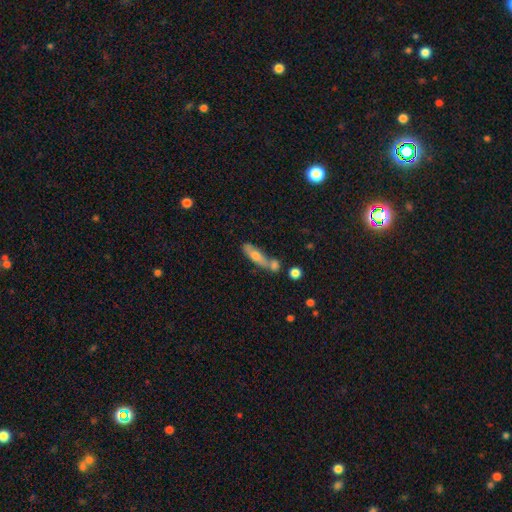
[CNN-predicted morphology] smooth 57%, featured or disk 36%, star or artifact 8%. Down the decision tree: how rounded — cigar-shaped (61%); merging — none (45%).